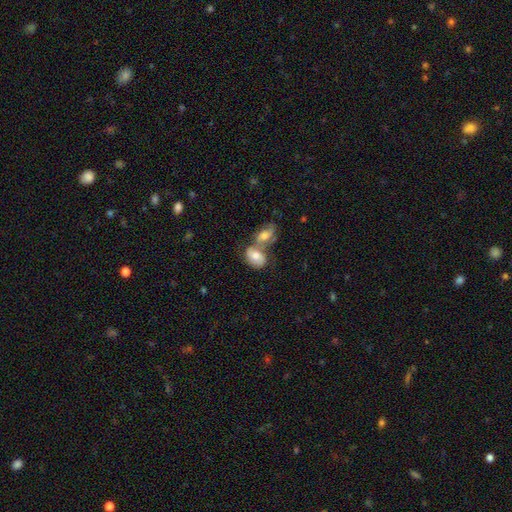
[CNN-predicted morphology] smooth-or-featured: smooth: 58% | featured or disk: 35% | star or artifact: 8%
  how-rounded: in between: 85% | round: 13% | cigar-shaped: 2%
  merging: merger: 63% | none: 23% | minor disturbance: 9% | major disturbance: 5%